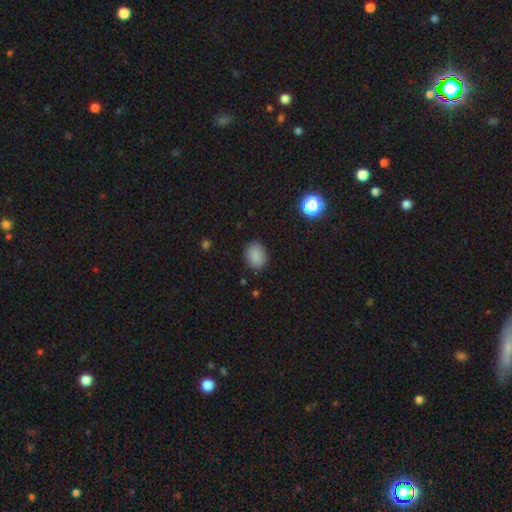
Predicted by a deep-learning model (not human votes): Overall: smooth (87%). How rounded: in between (62%; round 37%). Merging: none (86%).